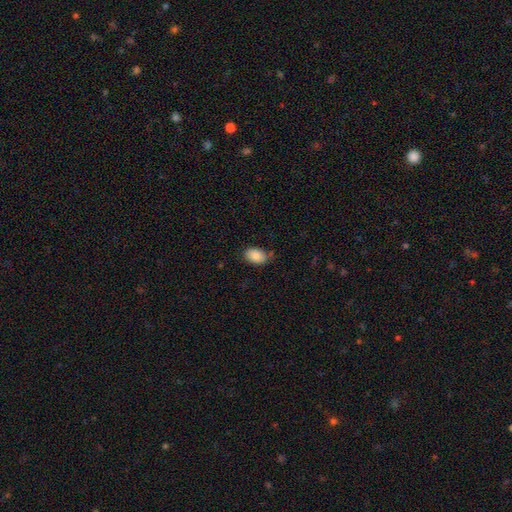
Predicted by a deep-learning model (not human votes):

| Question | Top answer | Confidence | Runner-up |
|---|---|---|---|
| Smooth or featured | smooth | 87% | star or artifact (7%) |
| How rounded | in between | 87% | round (12%) |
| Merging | none | 69% | minor disturbance (24%) |